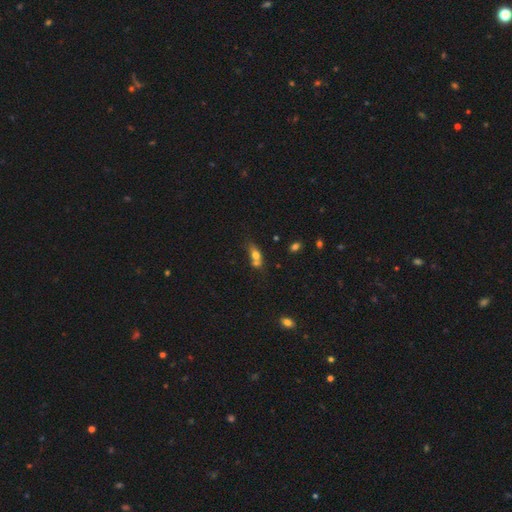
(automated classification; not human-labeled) Smooth or featured: smooth — 68% (featured or disk — 20%)
How rounded: in between — 66% (round — 19%)
Merging: merger — 50% (none — 31%)